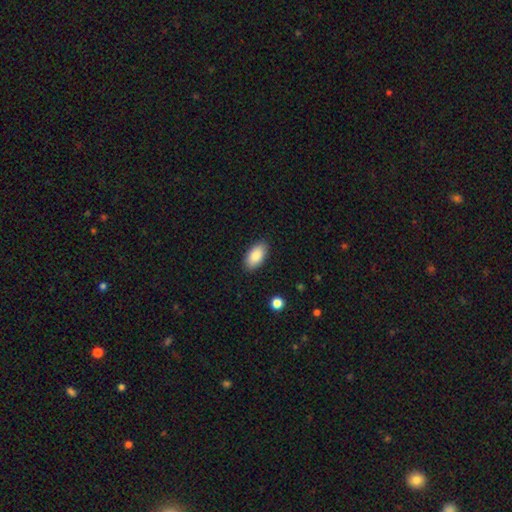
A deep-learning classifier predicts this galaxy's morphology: Smooth or featured? Predicted: smooth (p=0.88). How rounded? Predicted: in between (p=0.94). Merging? Predicted: none (p=0.88).